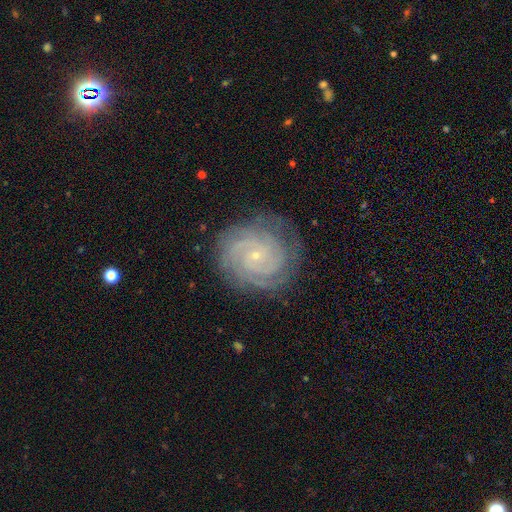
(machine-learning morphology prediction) A featured or disk galaxy (87%) with no bar (76%), 3 (22%, tied with 4) tight (83%) spiral arms (98%) and a small central bulge (88%). Merging: none (82%).